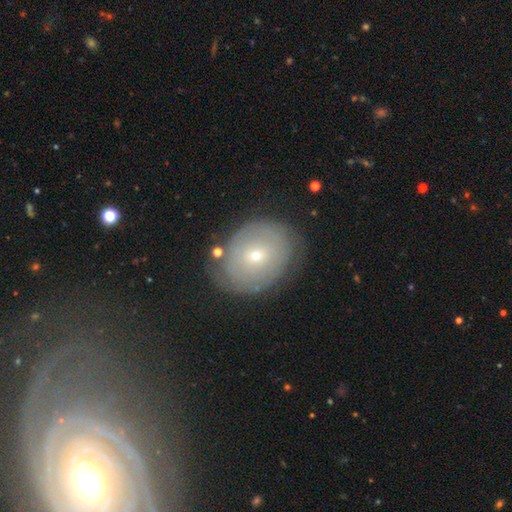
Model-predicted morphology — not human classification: smooth-or-featured: featured or disk: 50% | smooth: 40% | star or artifact: 10%
  merging: none: 77% | minor disturbance: 16% | major disturbance: 5% | merger: 2%